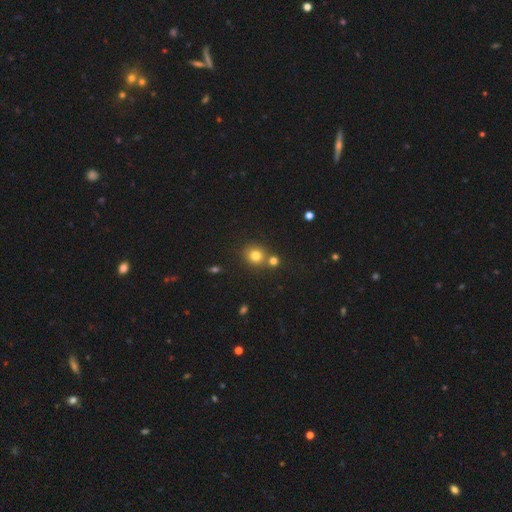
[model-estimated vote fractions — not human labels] This is likely a smooth galaxy (78%). How rounded: clearly round (84%). Merging: likely none (65%).